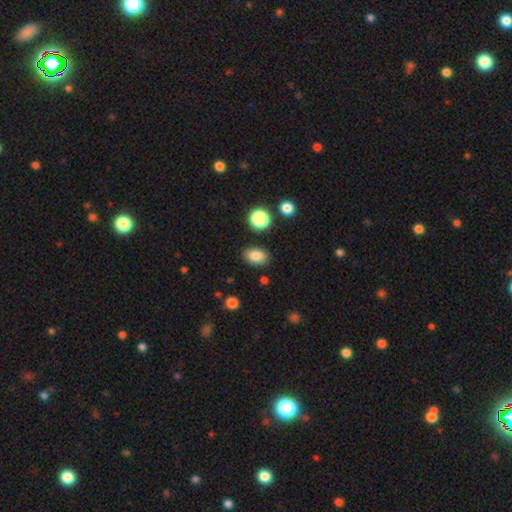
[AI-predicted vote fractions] Morphology: type=smooth (83%); roundness=in between (80%); merging=none (86%).